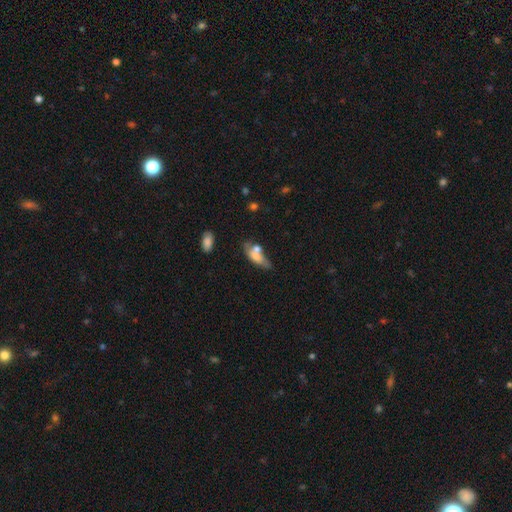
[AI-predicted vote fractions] This is likely a smooth galaxy (63%). How rounded: likely in between (70%). Merging: marginally none (36%).